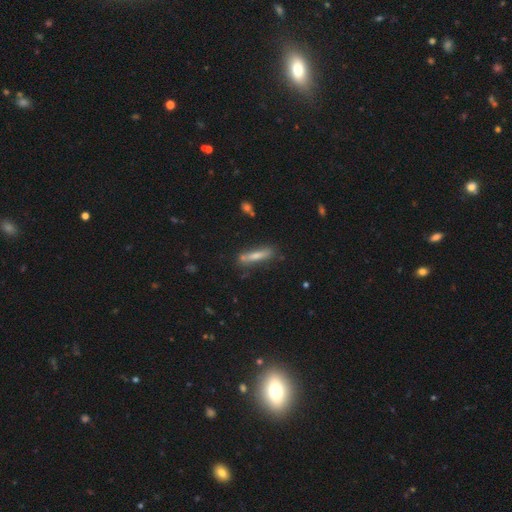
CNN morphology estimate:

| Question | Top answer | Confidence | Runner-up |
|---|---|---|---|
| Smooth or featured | smooth | 66% | featured or disk (26%) |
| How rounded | cigar-shaped | 83% | in between (15%) |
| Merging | none | 70% | minor disturbance (18%) |